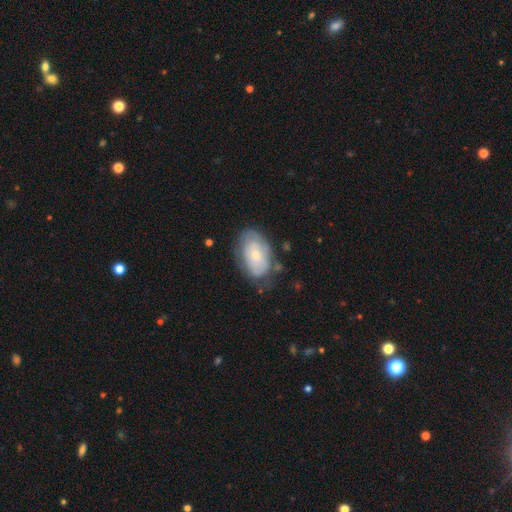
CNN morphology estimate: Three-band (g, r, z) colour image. It shows a smooth galaxy with no disk features (49%). Merging: none (62%).